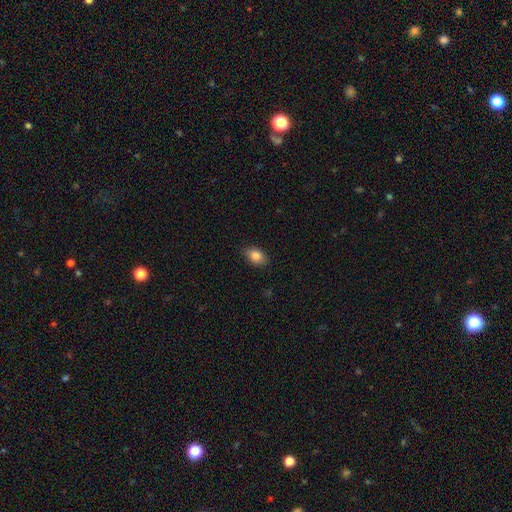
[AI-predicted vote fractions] Smooth or featured? Predicted: smooth (p=0.84). How rounded? Predicted: in between (p=0.85). Merging? Predicted: none (p=0.85).